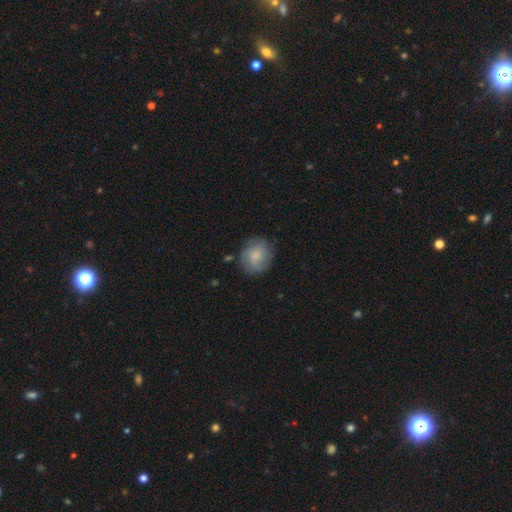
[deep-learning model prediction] Smooth or featured?
  - smooth: 64% *
  - featured or disk: 29%
  - star or artifact: 7%
How rounded?
  - round: 79% *
  - in between: 20%
  - cigar-shaped: 1%
Merging?
  - none: 75% *
  - minor disturbance: 18%
  - major disturbance: 6%
  - merger: 2%